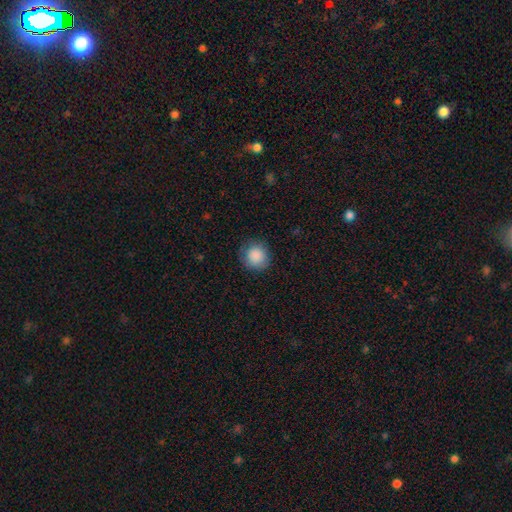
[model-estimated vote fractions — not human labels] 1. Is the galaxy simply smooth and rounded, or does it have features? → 88% smooth, 8% star or artifact, 4% featured or disk.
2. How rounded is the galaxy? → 91% round, 8% in between, 1% cigar-shaped.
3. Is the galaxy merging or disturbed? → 82% none, 13% minor disturbance, 4% major disturbance, 1% merger.